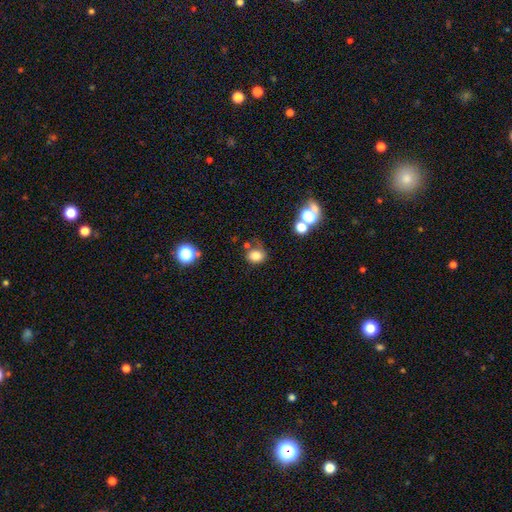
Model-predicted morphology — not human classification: Smooth or featured?
  - smooth: 79% *
  - star or artifact: 13%
  - featured or disk: 8%
How rounded?
  - round: 62% *
  - in between: 37%
  - cigar-shaped: 1%
Merging?
  - none: 63% *
  - minor disturbance: 19%
  - merger: 10%
  - major disturbance: 8%